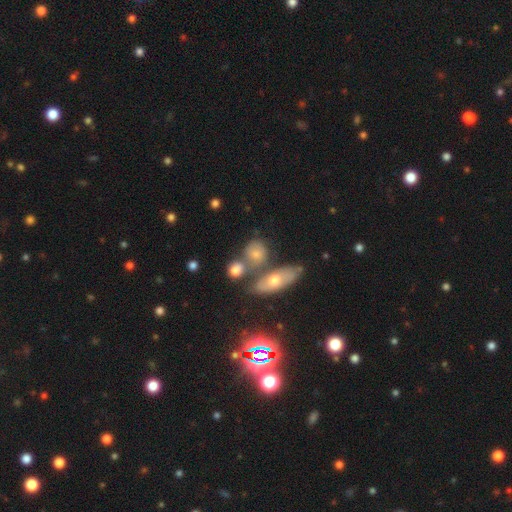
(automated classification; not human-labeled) Morphology: type=smooth (54%); roundness=round (48%); merging=none (57%).